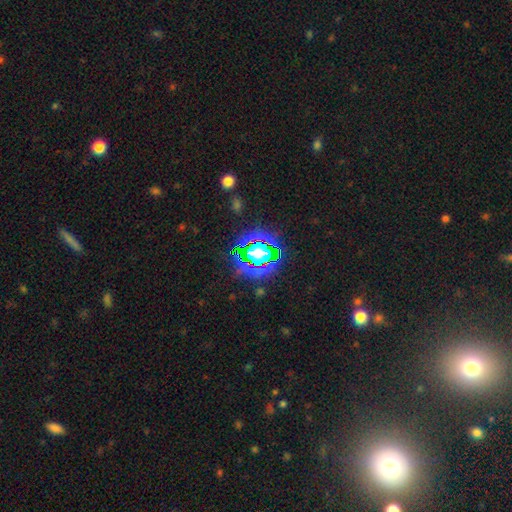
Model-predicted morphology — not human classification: Smooth or featured? Predicted: star or artifact (p=0.65).